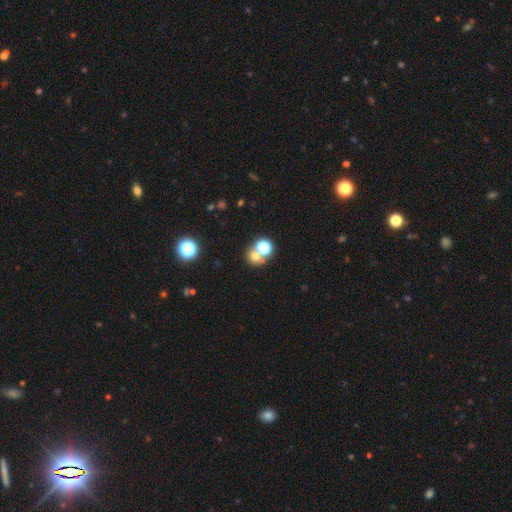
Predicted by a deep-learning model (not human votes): The model was most divided on "merging": none: 50%, merger: 38%, minor disturbance: 7%, major disturbance: 4%. More confident: how rounded — round (80%); smooth or featured — smooth (61%).